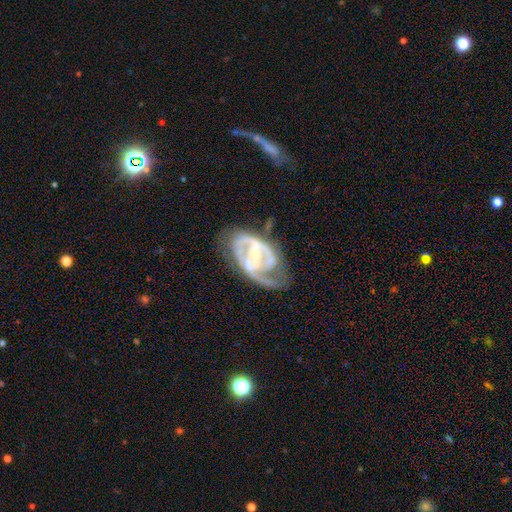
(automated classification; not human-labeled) Smooth or featured?
  - featured or disk: 83% *
  - smooth: 11%
  - star or artifact: 6%
Edge-on disk?
  - no: 96% *
  - yes: 4%
Bar?
  - weak: 38% *
  - no: 37%
  - strong: 25%
Spiral arms?
  - yes: 77% *
  - no: 23%
Spiral winding?
  - tight: 45% *
  - medium: 40%
  - loose: 15%
Spiral arm count?
  - 2: 44% *
  - can't tell: 30%
  - 3: 11%
  - 1: 11%
  - 4: 3%
  - more than 4: 2%
Bulge size?
  - small: 60% *
  - moderate: 31%
  - none: 6%
  - large: 2%
  - dominant: 1%
Merging?
  - none: 42% *
  - major disturbance: 29%
  - minor disturbance: 26%
  - merger: 4%